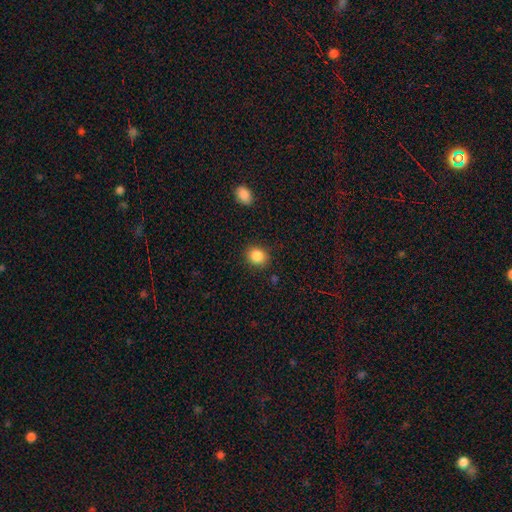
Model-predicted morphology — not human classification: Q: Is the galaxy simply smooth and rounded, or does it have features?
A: smooth — 87%.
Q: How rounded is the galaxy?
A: round — 74%.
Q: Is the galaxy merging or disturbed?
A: none — 87%.